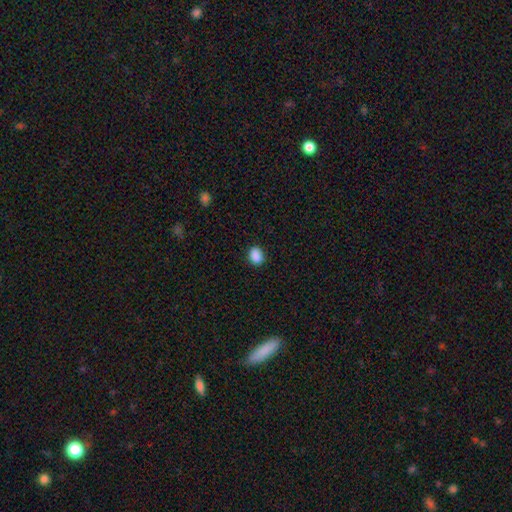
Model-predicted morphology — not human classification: smooth 89%, star or artifact 9%, featured or disk 3%. Down the decision tree: how rounded — in between (61%); merging — none (86%).